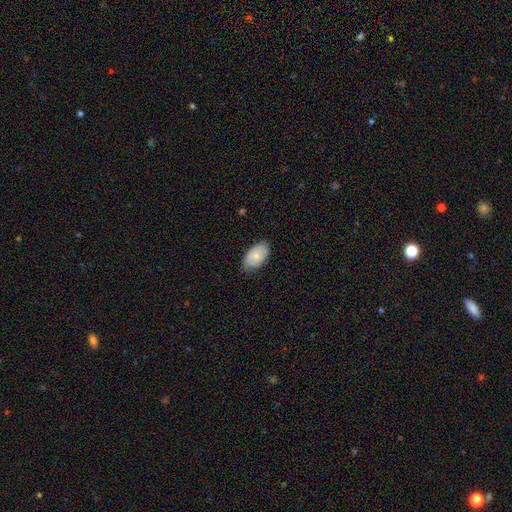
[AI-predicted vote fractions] smooth_or_featured: smooth (p=0.71) [alt: featured or disk p=0.23]
how_rounded: in between (p=0.94) [alt: round p=0.05]
merging: none (p=0.78) [alt: minor disturbance p=0.18]